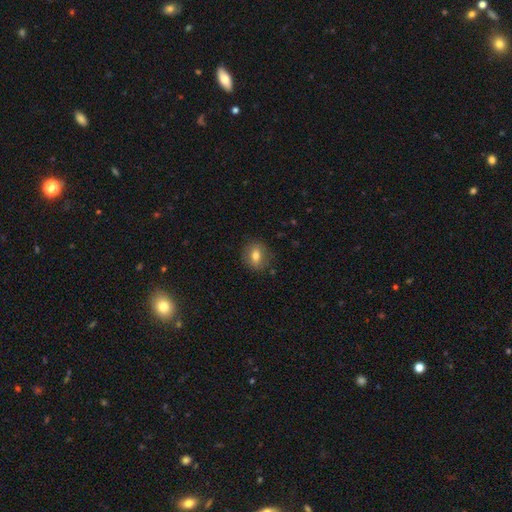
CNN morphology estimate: smooth 71%, featured or disk 20%, star or artifact 10%. Down the decision tree: how rounded — round (62%); merging — none (84%).